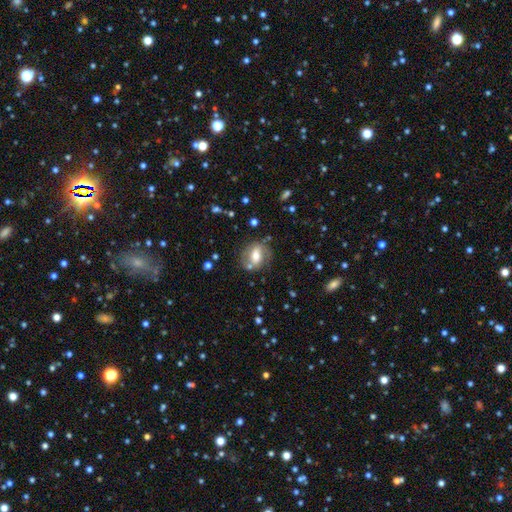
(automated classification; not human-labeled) smooth 47%, featured or disk 45%, star or artifact 8%. Down the decision tree: merging — none (66%).